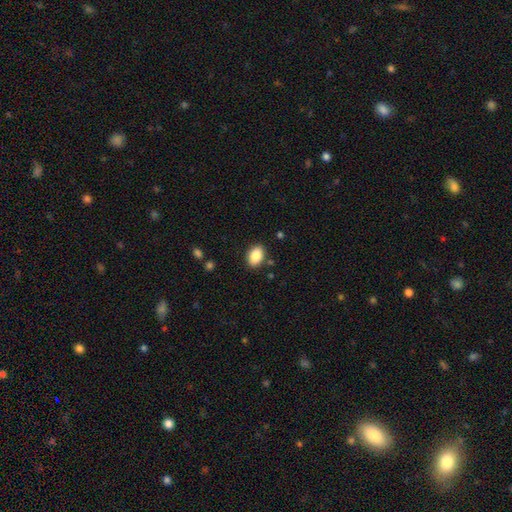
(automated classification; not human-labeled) smooth 88%, star or artifact 7%, featured or disk 5%. Down the decision tree: how rounded — in between (87%); merging — none (86%).